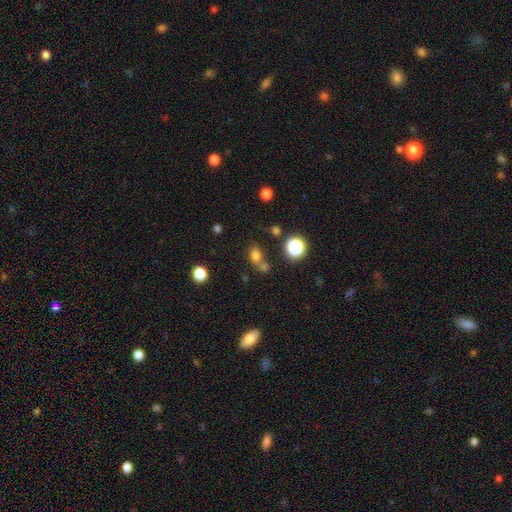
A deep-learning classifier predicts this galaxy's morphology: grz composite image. It shows a smooth galaxy with no disk features (72%) that is round (54%). Merging: none (51%).